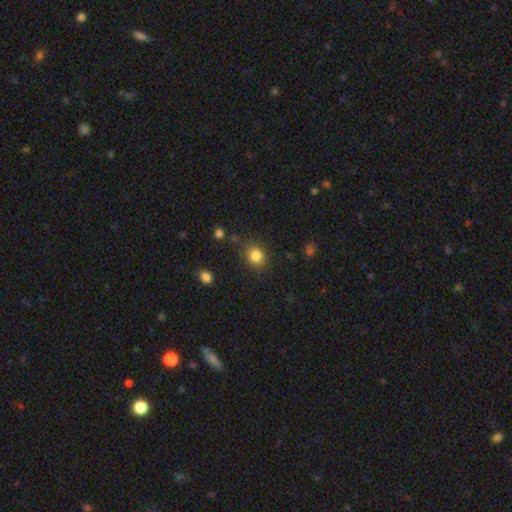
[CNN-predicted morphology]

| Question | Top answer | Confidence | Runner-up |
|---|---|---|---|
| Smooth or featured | smooth | 84% | star or artifact (11%) |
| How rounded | round | 67% | in between (32%) |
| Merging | none | 80% | minor disturbance (14%) |